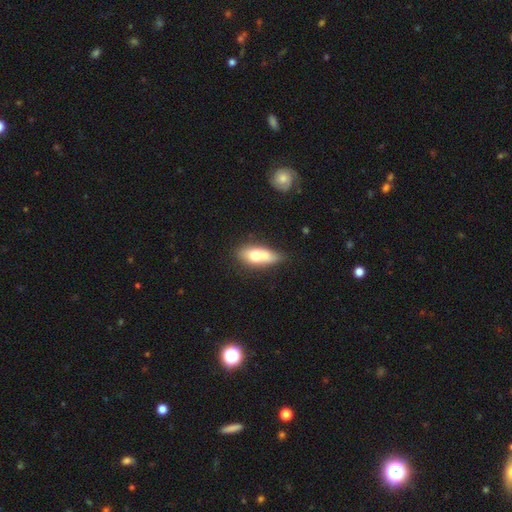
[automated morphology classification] This appears to be a smooth galaxy with no disk features (64%) that is in between round and cigar-shaped (77%). Merging: none (44%).